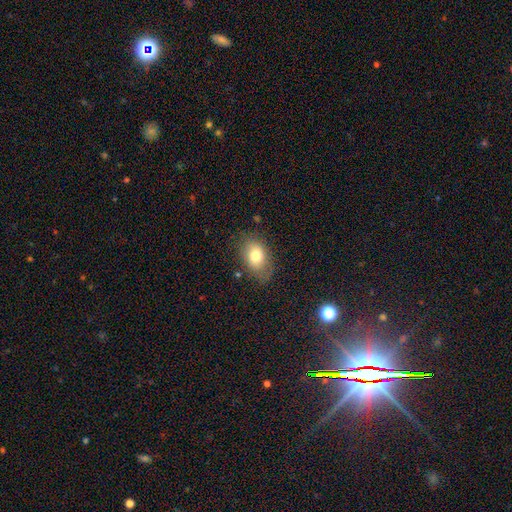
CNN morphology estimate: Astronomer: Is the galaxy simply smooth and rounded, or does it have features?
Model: smooth — 77%.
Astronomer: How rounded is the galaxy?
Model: in between — 84%.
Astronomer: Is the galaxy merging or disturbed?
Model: none — 71%.